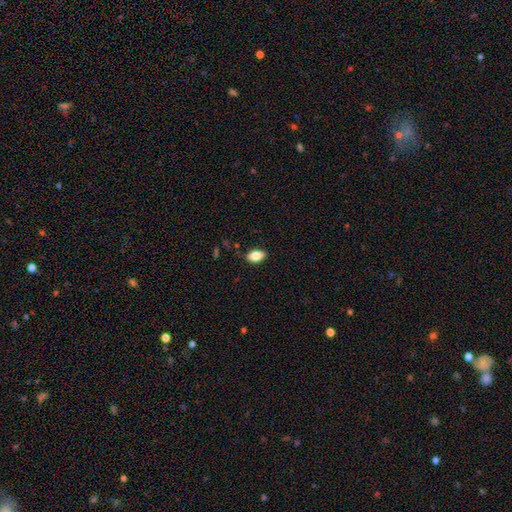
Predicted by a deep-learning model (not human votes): smooth 81%, featured or disk 11%, star or artifact 8%. Down the decision tree: how rounded — in between (89%); merging — none (86%).